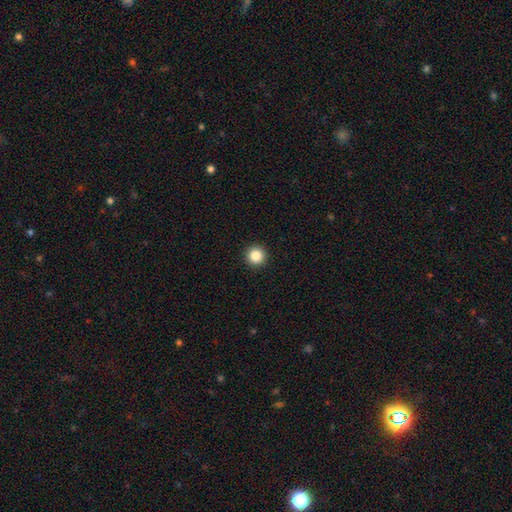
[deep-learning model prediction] Smooth or featured?
  - smooth: 86% *
  - star or artifact: 10%
  - featured or disk: 3%
How rounded?
  - round: 96% *
  - in between: 3%
  - cigar-shaped: 1%
Merging?
  - none: 94% *
  - minor disturbance: 4%
  - major disturbance: 1%
  - merger: 1%